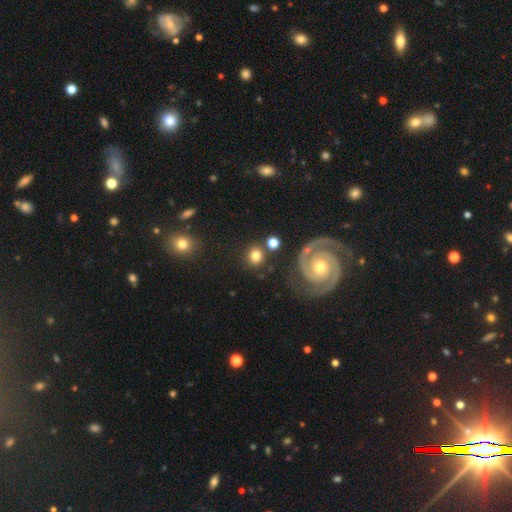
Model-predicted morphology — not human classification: Smooth or featured? Predicted: smooth (p=0.72). How rounded? Predicted: round (p=0.83). Merging? Predicted: none (p=0.79).